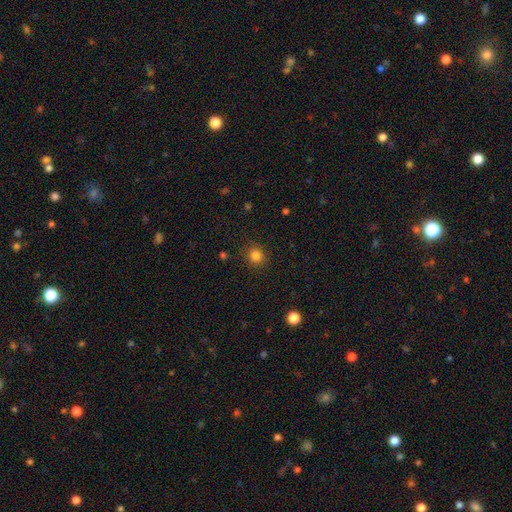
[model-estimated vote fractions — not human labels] Smooth or featured? Predicted: smooth (p=0.83). How rounded? Predicted: round (p=0.85). Merging? Predicted: none (p=0.88).